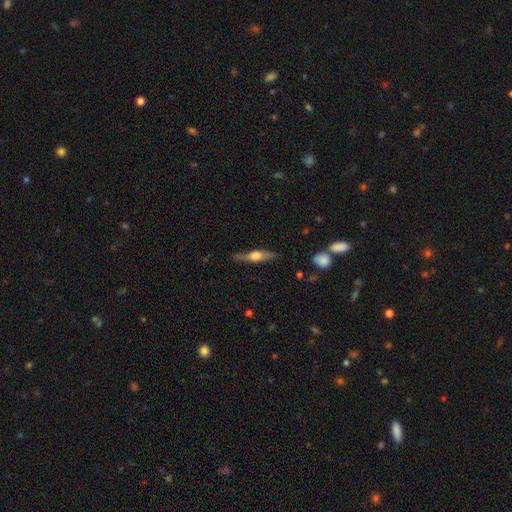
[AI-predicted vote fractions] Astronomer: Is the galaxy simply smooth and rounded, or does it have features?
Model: featured or disk — 65%.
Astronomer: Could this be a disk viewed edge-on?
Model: yes — 94%.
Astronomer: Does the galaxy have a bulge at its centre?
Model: rounded — 88%.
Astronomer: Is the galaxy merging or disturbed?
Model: none — 84%.